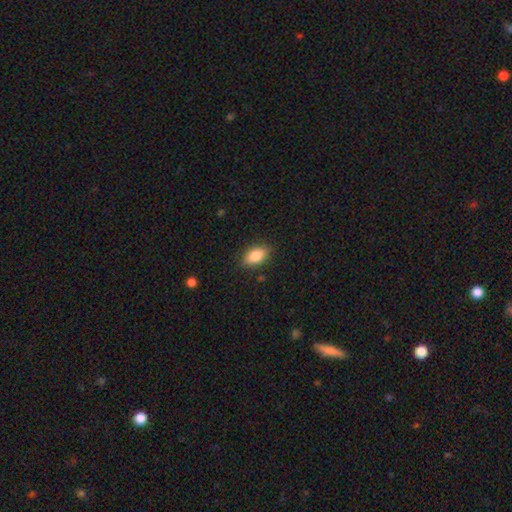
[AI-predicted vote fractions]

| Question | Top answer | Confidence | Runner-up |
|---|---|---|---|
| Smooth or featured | smooth | 84% | featured or disk (9%) |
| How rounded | in between | 89% | cigar-shaped (6%) |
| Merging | none | 86% | minor disturbance (11%) |